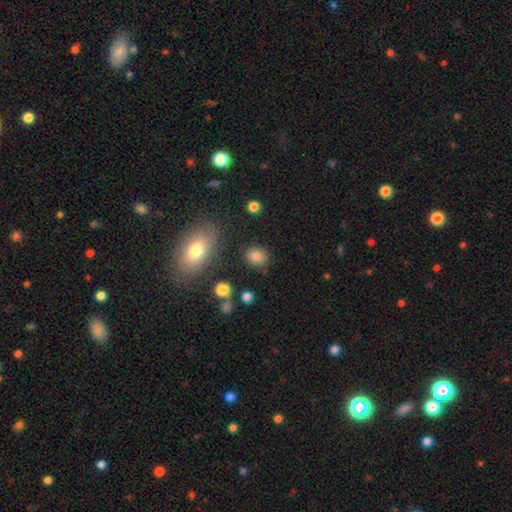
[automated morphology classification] Smooth or featured? smooth (82%)
How rounded? round (58%)
Merging? none (84%)